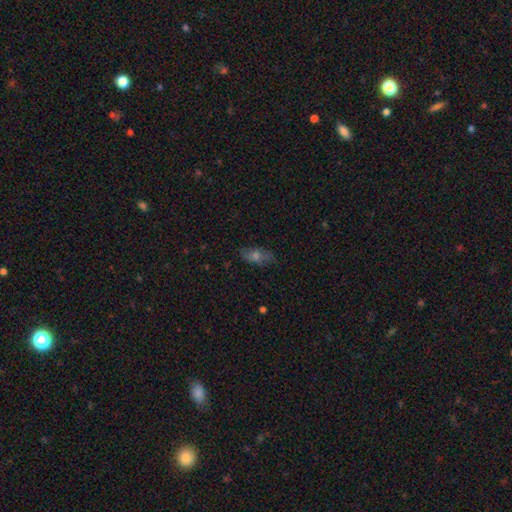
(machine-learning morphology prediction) This appears to be a smooth galaxy with no disk features (52%) that is in between round and cigar-shaped (73%). Merging: none (80%).